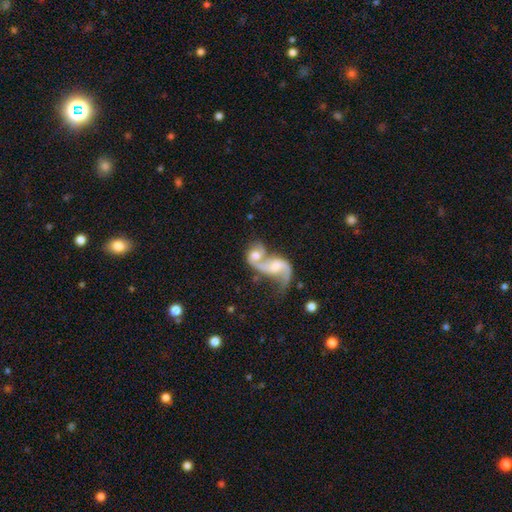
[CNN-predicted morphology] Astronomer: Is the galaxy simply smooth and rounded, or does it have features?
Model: featured or disk — 73%.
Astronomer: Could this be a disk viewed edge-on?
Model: no — 96%.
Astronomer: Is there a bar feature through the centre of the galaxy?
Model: no — 50% (runner-up: weak, 38%).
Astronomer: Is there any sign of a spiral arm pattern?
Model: yes — 88%.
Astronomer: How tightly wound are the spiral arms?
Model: loose — 75%.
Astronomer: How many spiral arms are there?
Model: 2 — 80%.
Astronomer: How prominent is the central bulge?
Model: moderate — 42% (runner-up: small, 34%).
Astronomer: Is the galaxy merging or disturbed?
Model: merger — 69%.